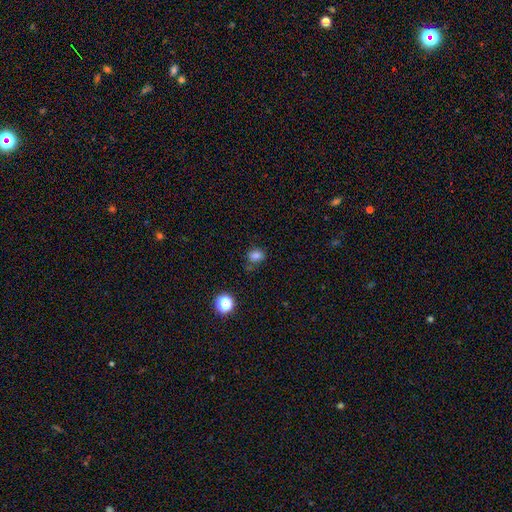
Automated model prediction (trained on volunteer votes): smooth-or-featured: smooth: 79% | star or artifact: 15% | featured or disk: 6%
  how-rounded: round: 58% | in between: 41% | cigar-shaped: 1%
  merging: none: 70% | minor disturbance: 18% | merger: 6% | major disturbance: 5%